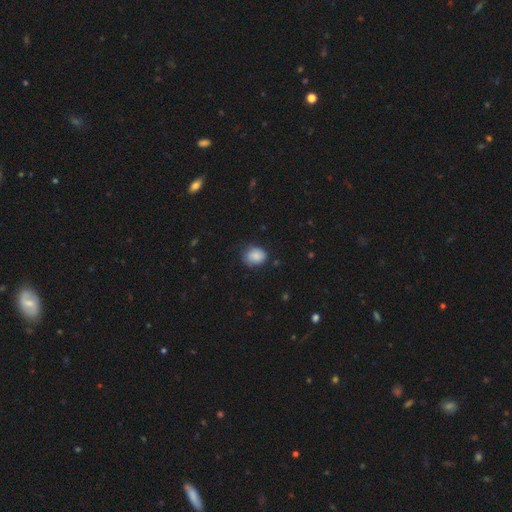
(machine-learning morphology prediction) Smooth or featured? smooth (86%)
How rounded? round (54%)
Merging? none (72%)